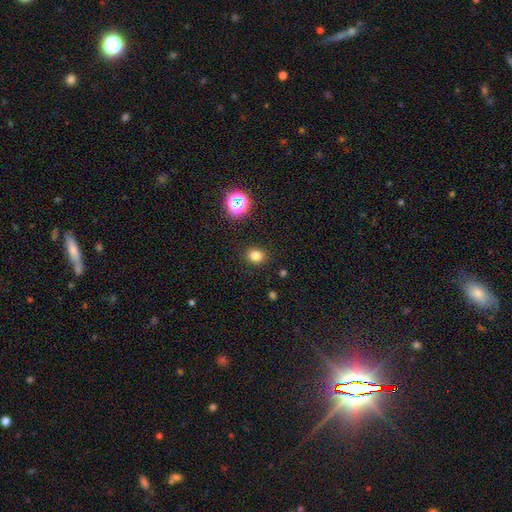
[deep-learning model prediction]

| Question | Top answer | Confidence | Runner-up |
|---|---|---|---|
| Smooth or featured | smooth | 78% | star or artifact (16%) |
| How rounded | round | 66% | in between (33%) |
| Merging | none | 89% | minor disturbance (7%) |